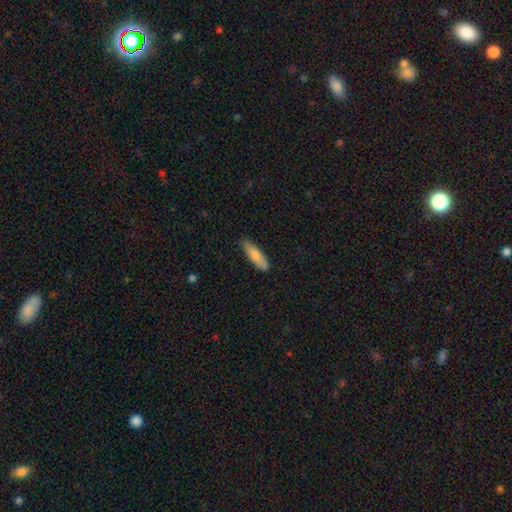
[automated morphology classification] Smooth or featured? Predicted: smooth (p=0.80). How rounded? Predicted: cigar-shaped (p=0.59). Merging? Predicted: none (p=0.77).